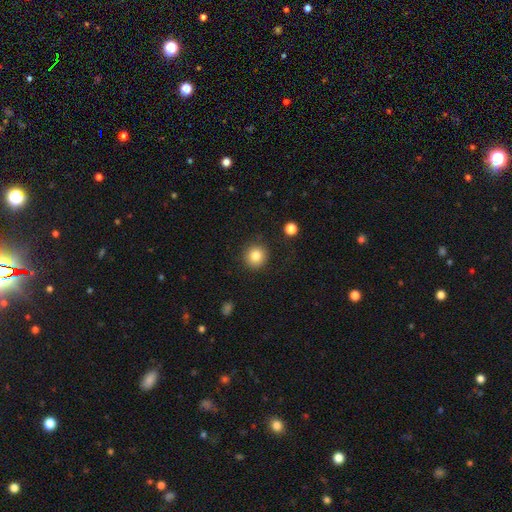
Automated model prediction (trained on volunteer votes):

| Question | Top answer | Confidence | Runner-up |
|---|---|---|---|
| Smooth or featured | smooth | 83% | star or artifact (10%) |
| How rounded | round | 92% | in between (7%) |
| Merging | none | 89% | minor disturbance (7%) |